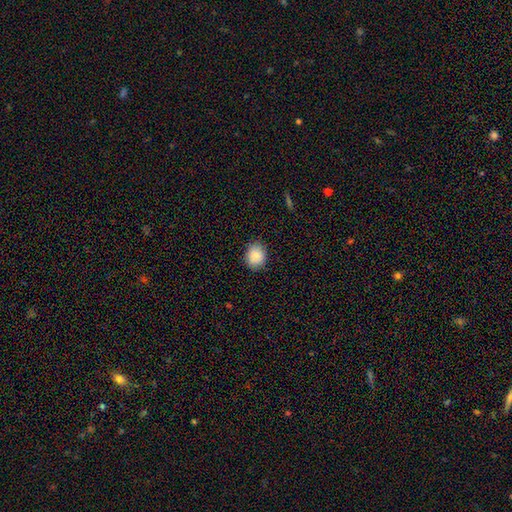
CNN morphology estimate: smooth-or-featured: smooth: 86% | star or artifact: 8% | featured or disk: 6%
  how-rounded: round: 63% | in between: 36% | cigar-shaped: 1%
  merging: none: 84% | minor disturbance: 13% | major disturbance: 3% | merger: 1%